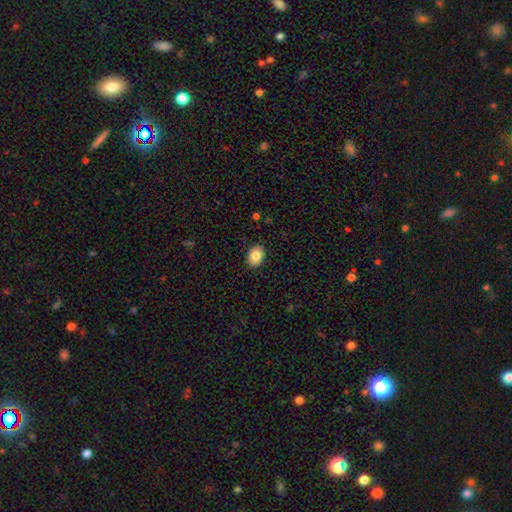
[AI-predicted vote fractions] Smooth or featured? Predicted: smooth (p=0.84). How rounded? Predicted: in between (p=0.72). Merging? Predicted: none (p=0.89).